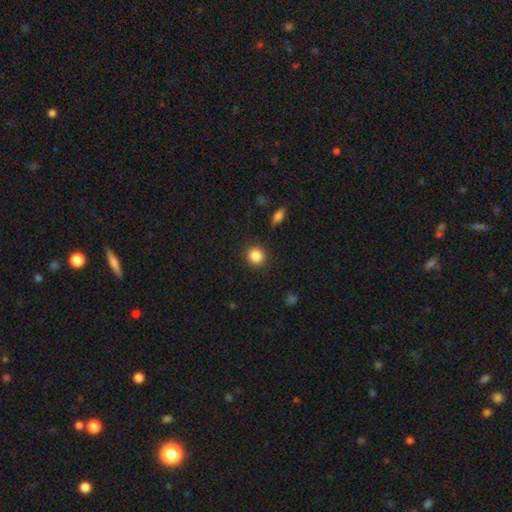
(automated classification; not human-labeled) Smooth or featured? smooth (85%)
How rounded? round (89%)
Merging? none (90%)